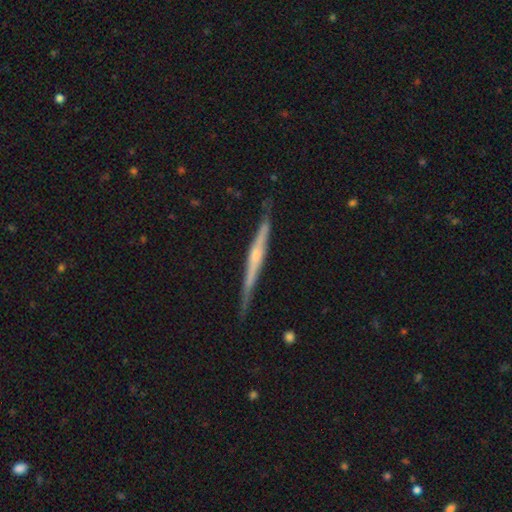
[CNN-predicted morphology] Smooth or featured: featured or disk — 76% (smooth — 19%)
Edge-on disk: yes — 97% (no — 3%)
Edge-on bulge: rounded — 62% (none — 27%)
Merging: none — 83% (minor disturbance — 13%)